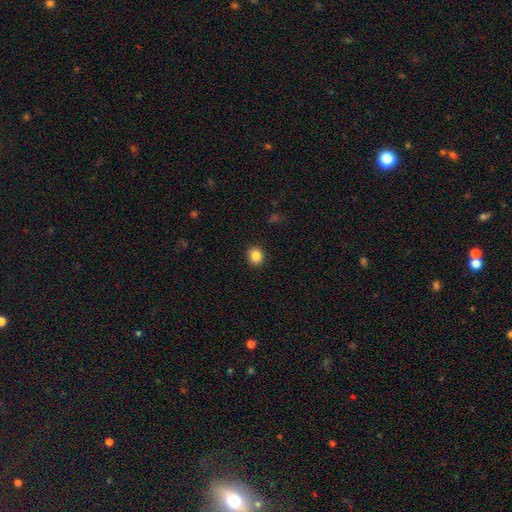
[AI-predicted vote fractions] The model was most divided on "how rounded": round: 82%, in between: 17%, cigar-shaped: 1%. More confident: merging — none (91%); smooth or featured — smooth (85%).